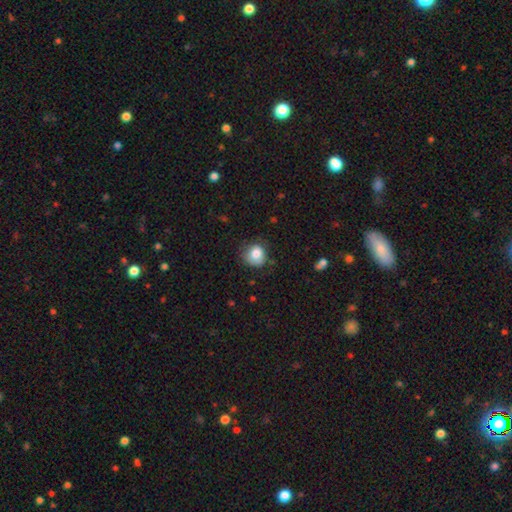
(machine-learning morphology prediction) type=smooth (81%); roundness=round (81%); merging=none (65%).